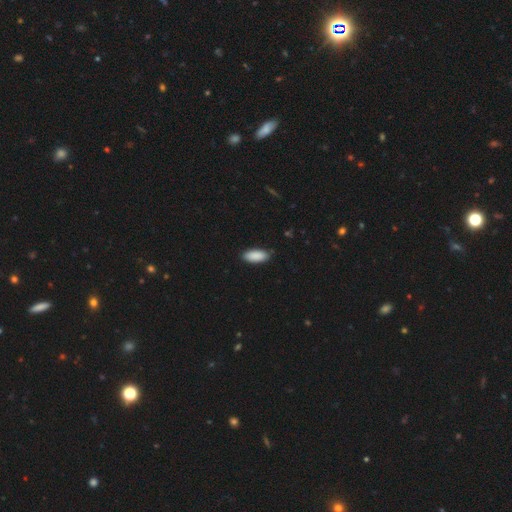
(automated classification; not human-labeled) smooth_or_featured: smooth (p=0.90) [alt: star or artifact p=0.06]
how_rounded: in between (p=0.87) [alt: cigar-shaped p=0.11]
merging: none (p=0.86) [alt: minor disturbance p=0.11]